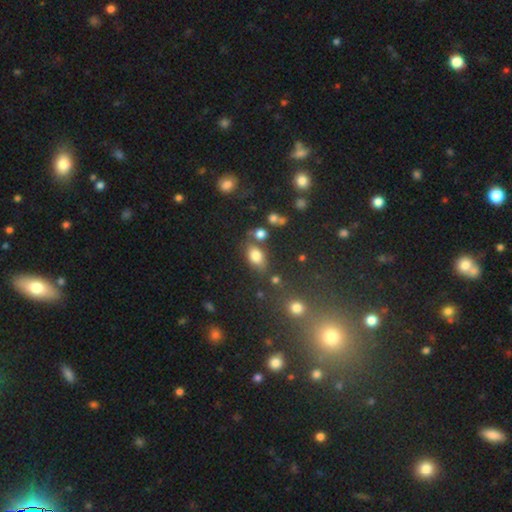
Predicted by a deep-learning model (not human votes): Smooth or featured? Predicted: smooth (p=0.78). How rounded? Predicted: in between (p=0.81). Merging? Predicted: none (p=0.60).